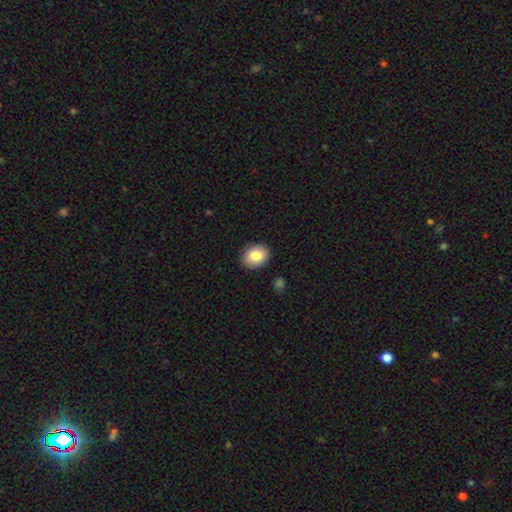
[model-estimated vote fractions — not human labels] A smooth galaxy with no disk features (83%) that is in between round and cigar-shaped (62%). Merging: none (89%).